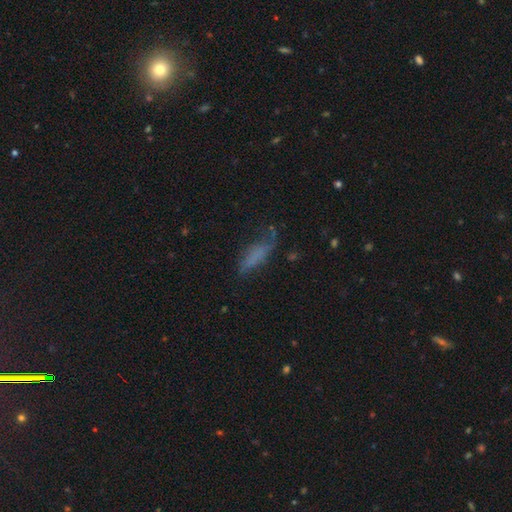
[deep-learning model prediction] Smooth or featured?
  - smooth: 57% *
  - featured or disk: 29%
  - star or artifact: 14%
How rounded?
  - in between: 55% *
  - cigar-shaped: 42%
  - round: 3%
Merging?
  - none: 42% *
  - minor disturbance: 29%
  - major disturbance: 25%
  - merger: 4%